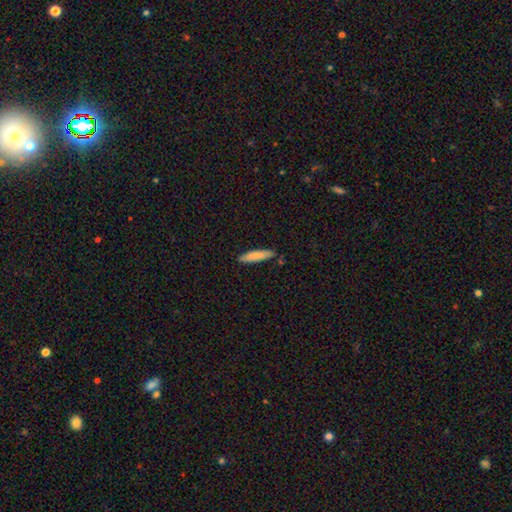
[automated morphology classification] smooth_or_featured: smooth (p=0.80) [alt: featured or disk p=0.14]
how_rounded: cigar-shaped (p=0.79) [alt: in between p=0.19]
merging: none (p=0.83) [alt: minor disturbance p=0.12]